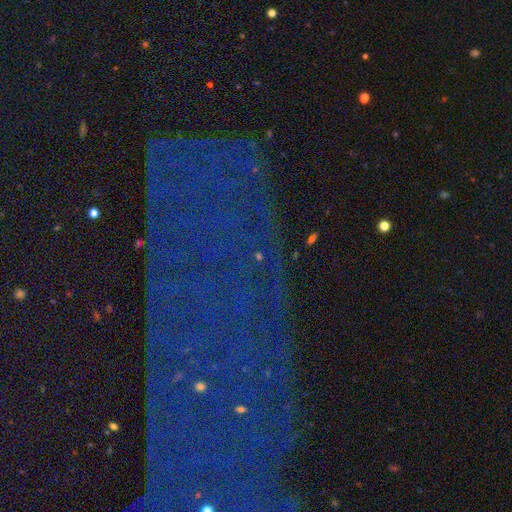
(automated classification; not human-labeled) star or artifact 83%, featured or disk 10%, smooth 8%.